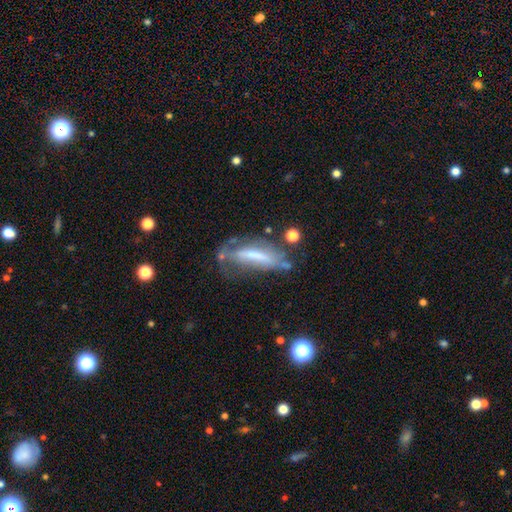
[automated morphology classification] featured or disk 51%, smooth 39%, star or artifact 10%. Down the decision tree: edge-on disk — no (60%); merging — none (39%).